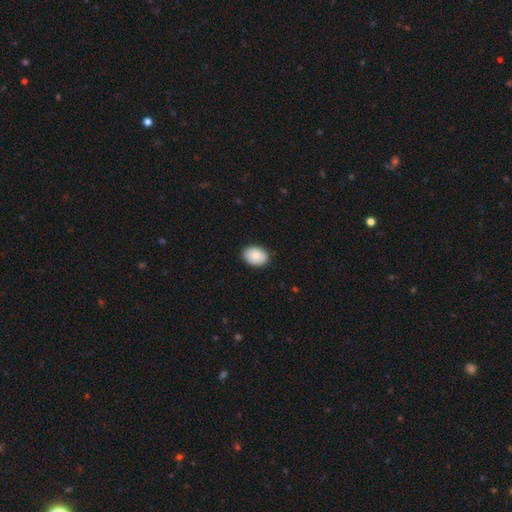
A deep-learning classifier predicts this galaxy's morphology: Smooth or featured?
  - smooth: 88% *
  - star or artifact: 7%
  - featured or disk: 5%
How rounded?
  - in between: 80% *
  - round: 19%
  - cigar-shaped: 1%
Merging?
  - none: 89% *
  - minor disturbance: 8%
  - major disturbance: 2%
  - merger: 1%